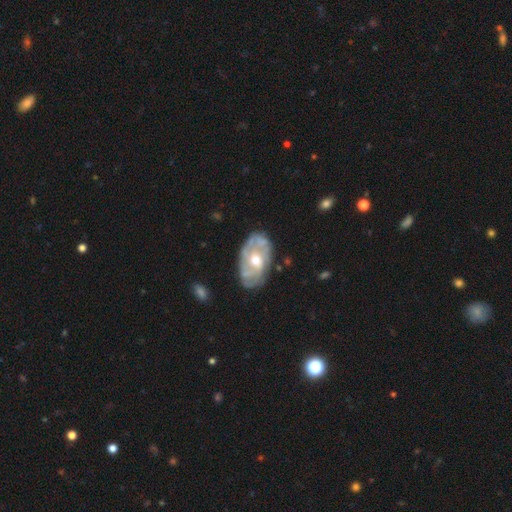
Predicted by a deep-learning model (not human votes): Smooth or featured?
  - featured or disk: 78% *
  - smooth: 16%
  - star or artifact: 6%
Edge-on disk?
  - no: 95% *
  - yes: 5%
Bar?
  - no: 68% *
  - weak: 26%
  - strong: 6%
Spiral arms?
  - yes: 79% *
  - no: 21%
Spiral winding?
  - tight: 57% *
  - medium: 31%
  - loose: 12%
Spiral arm count?
  - can't tell: 45% *
  - 2: 26%
  - 3: 14%
  - 4: 6%
  - 1: 4%
  - more than 4: 4%
Bulge size?
  - moderate: 69% *
  - small: 25%
  - large: 3%
  - none: 1%
  - dominant: 1%
Merging?
  - none: 72% *
  - minor disturbance: 20%
  - major disturbance: 6%
  - merger: 2%